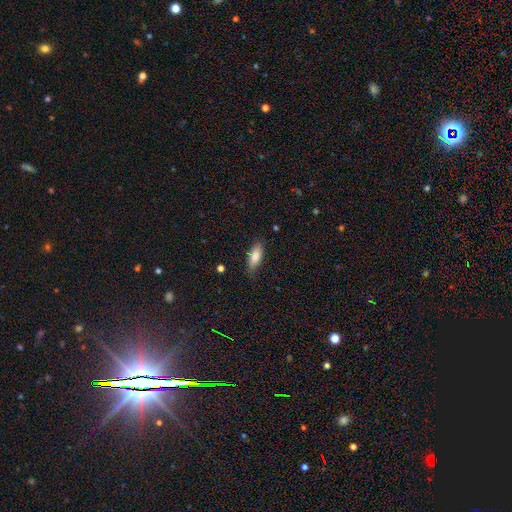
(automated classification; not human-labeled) The model was most divided on "how rounded": in between: 74%, cigar-shaped: 23%, round: 2%. More confident: smooth or featured — smooth (81%); merging — none (74%).